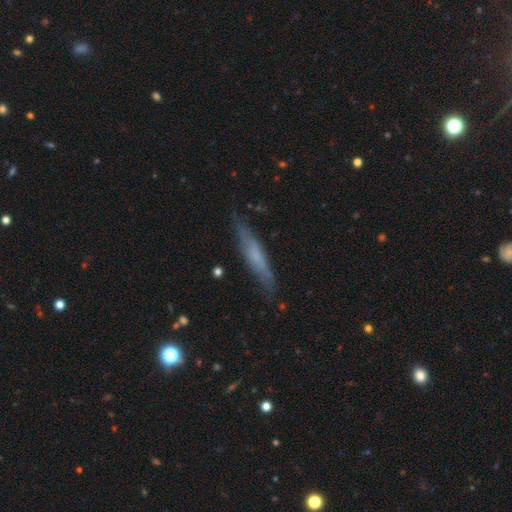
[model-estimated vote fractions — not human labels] Overall: smooth (49%; featured or disk 44%). Merging: none (79%).